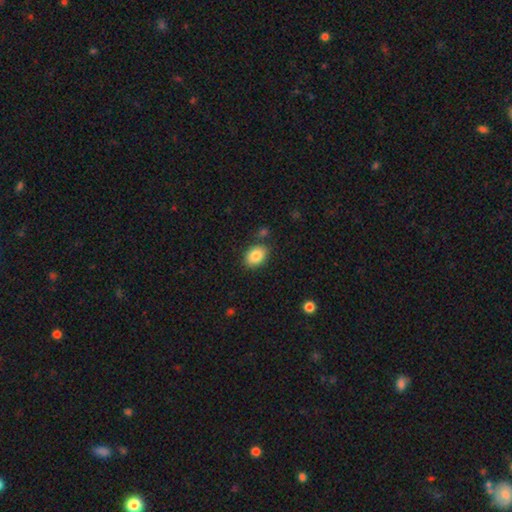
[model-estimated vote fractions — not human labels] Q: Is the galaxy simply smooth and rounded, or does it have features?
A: smooth — 85%.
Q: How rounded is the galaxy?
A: in between — 79%.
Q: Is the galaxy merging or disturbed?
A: none — 80%.